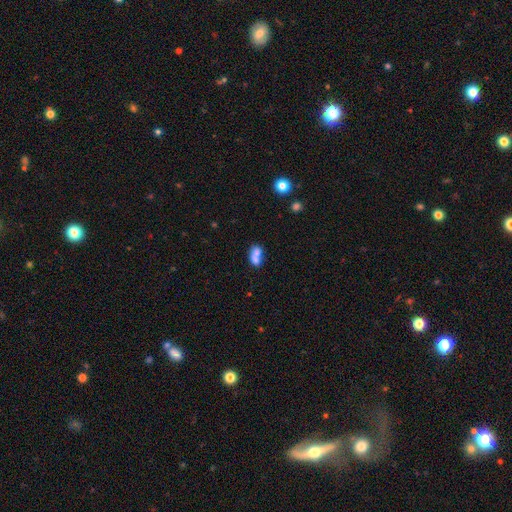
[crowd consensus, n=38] smooth-or-featured: smooth: 68% | featured or disk: 26% | star or artifact: 5%
  how-rounded: in between: 62% | round: 38% | cigar-shaped: 0%
  merging: merger: 75% | none: 19% | major disturbance: 6% | minor disturbance: 0%